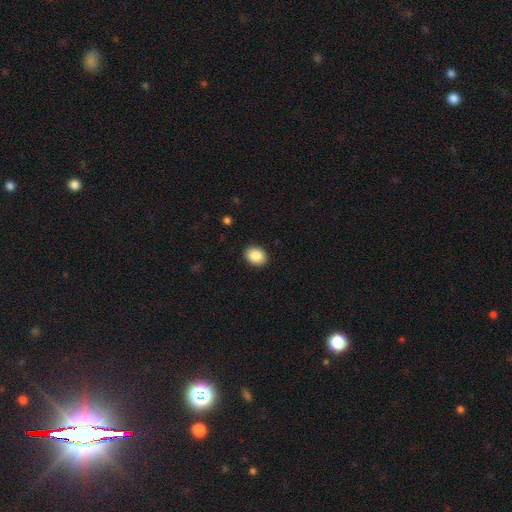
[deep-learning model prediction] The model was most divided on "how rounded": in between: 59%, round: 40%, cigar-shaped: 1%. More confident: merging — none (91%); smooth or featured — smooth (87%).